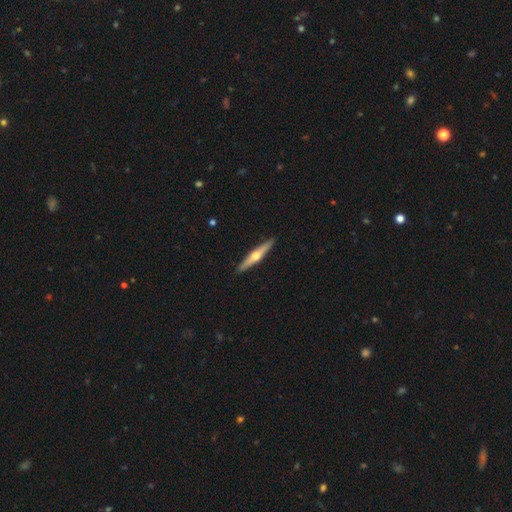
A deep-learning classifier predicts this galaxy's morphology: This is likely a featured or disk galaxy (63%). It is clearly viewed edge-on (96%). Edge-on bulge: clearly rounded (94%). Merging: clearly none (92%).